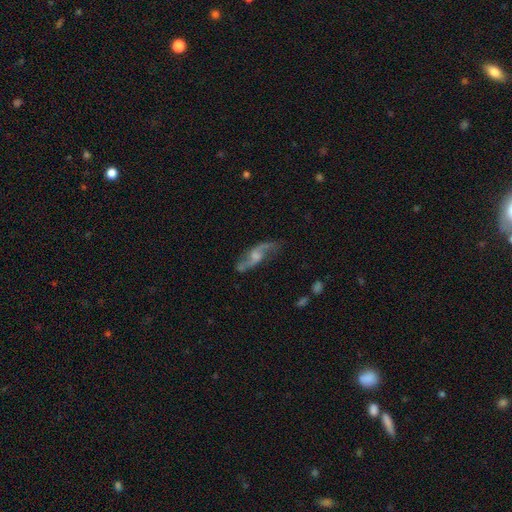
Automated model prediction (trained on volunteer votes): A featured or disk galaxy (79%) with no bar (45%), 2 (90%) loose (74%) spiral arms (92%) and a moderate central bulge (35%). Merging: none (69%).